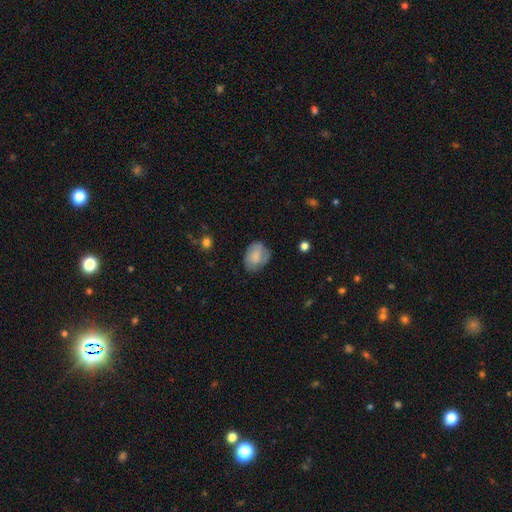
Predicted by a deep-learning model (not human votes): Q: Smooth or featured?
A: smooth (75%); runner-up: featured or disk (18%)
Q: How rounded?
A: in between (65%); runner-up: round (34%)
Q: Merging?
A: none (62%); runner-up: minor disturbance (28%)